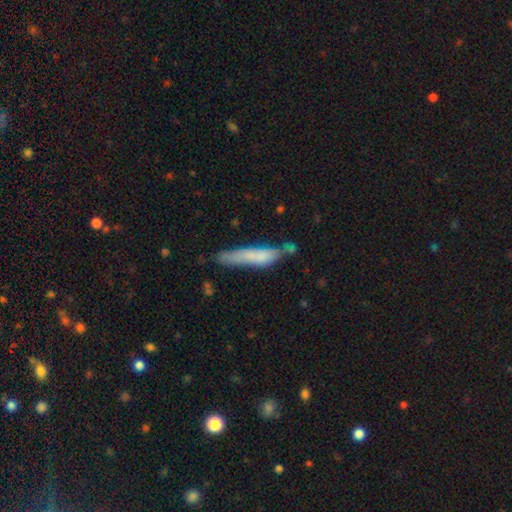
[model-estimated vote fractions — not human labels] This appears to be a smooth galaxy with no disk features (67%) that is cigar-shaped (87%). Merging: none (50%).